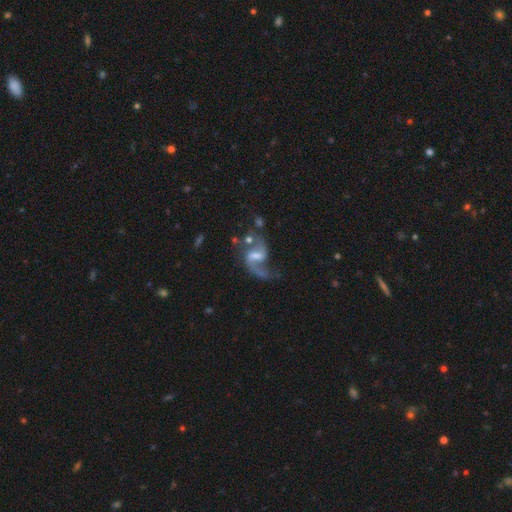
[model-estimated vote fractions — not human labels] Smooth or featured? featured or disk (87%)
Edge-on disk? no (98%)
Bar? weak (55%)
Spiral arms? yes (95%)
Spiral winding? loose (67%)
Spiral arm count? 2 (80%)
Bulge size? small (40%)
Merging? none (51%)